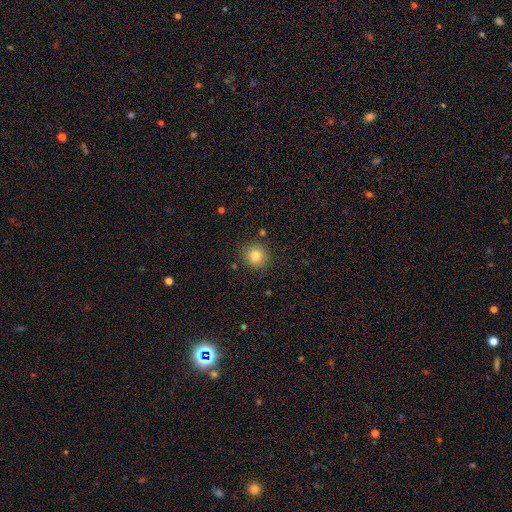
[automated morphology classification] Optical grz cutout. It shows a smooth galaxy with no disk features (82%) that is round (88%). Merging: none (88%).